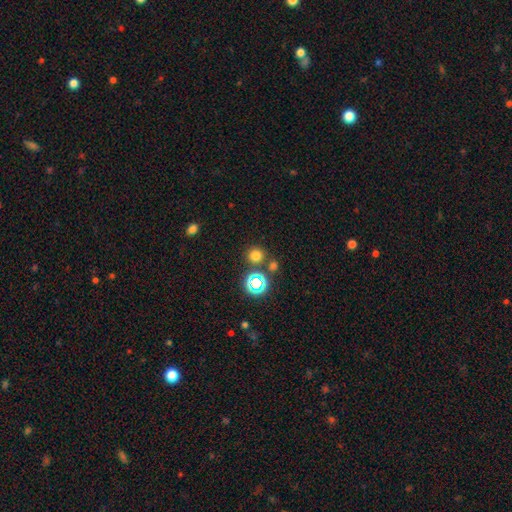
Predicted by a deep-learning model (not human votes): Smooth or featured?
  - smooth: 71% *
  - star or artifact: 23%
  - featured or disk: 6%
How rounded?
  - round: 92% *
  - in between: 7%
  - cigar-shaped: 1%
Merging?
  - none: 79% *
  - merger: 11%
  - minor disturbance: 7%
  - major disturbance: 3%